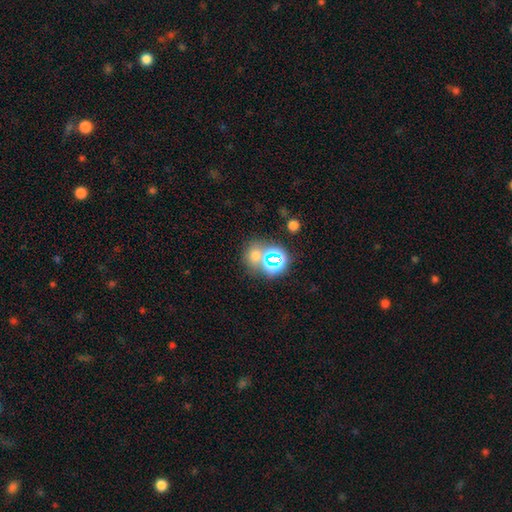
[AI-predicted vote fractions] smooth 53%, star or artifact 38%, featured or disk 9%. Down the decision tree: how rounded — round (70%); merging — none (58%).